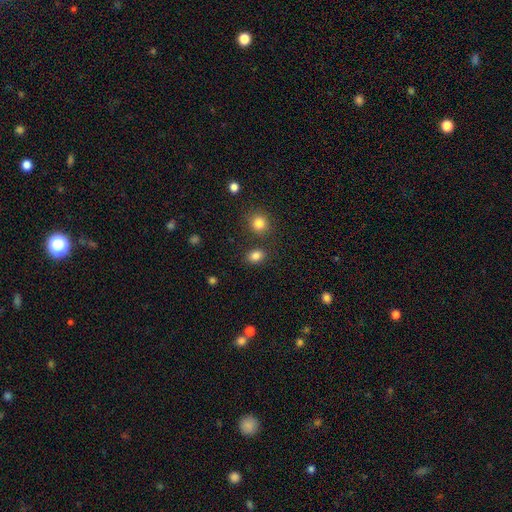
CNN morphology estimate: smooth_or_featured: smooth (p=0.84) [alt: star or artifact p=0.12]
how_rounded: in between (p=0.59) [alt: round p=0.40]
merging: none (p=0.80) [alt: minor disturbance p=0.10]